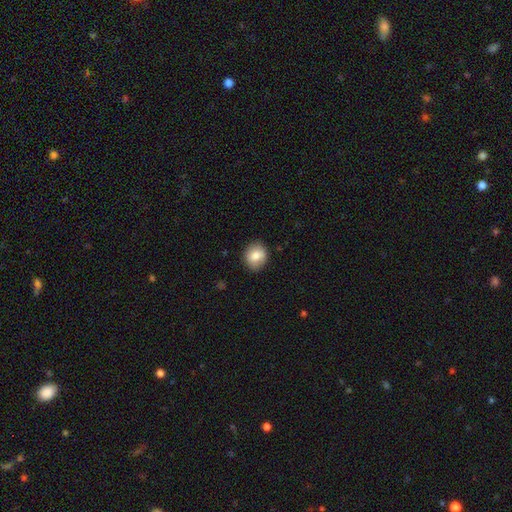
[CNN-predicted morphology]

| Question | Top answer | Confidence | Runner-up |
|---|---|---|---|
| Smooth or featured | smooth | 80% | featured or disk (12%) |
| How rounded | round | 71% | in between (28%) |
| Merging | none | 85% | minor disturbance (11%) |